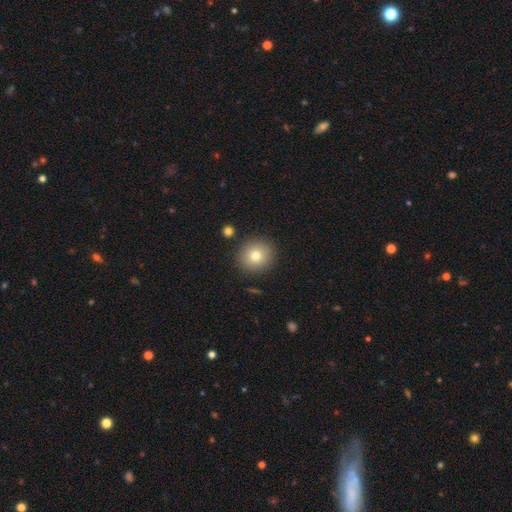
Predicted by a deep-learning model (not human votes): Smooth or featured? smooth (78%)
How rounded? round (89%)
Merging? none (89%)